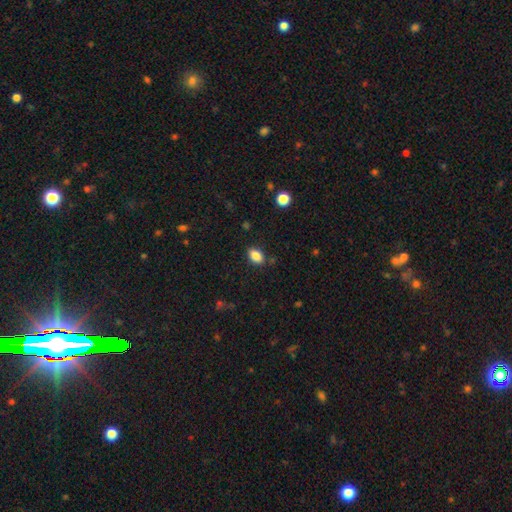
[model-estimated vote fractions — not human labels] Smooth or featured: smooth — 86% (star or artifact — 9%)
How rounded: in between — 85% (round — 14%)
Merging: none — 84% (minor disturbance — 11%)